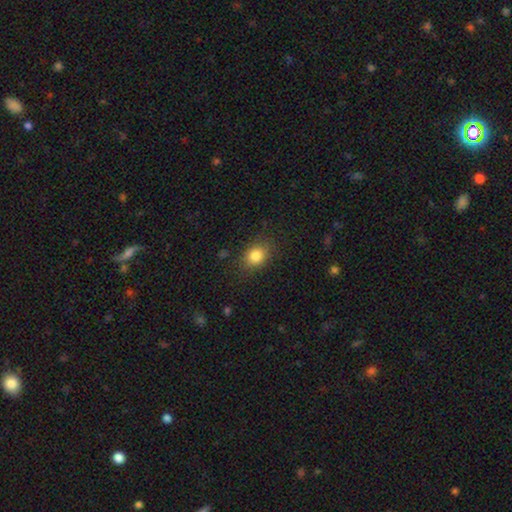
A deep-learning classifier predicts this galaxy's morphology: This appears to be a smooth galaxy with no disk features (83%) that is in between round and cigar-shaped (52%). Merging: none (81%).